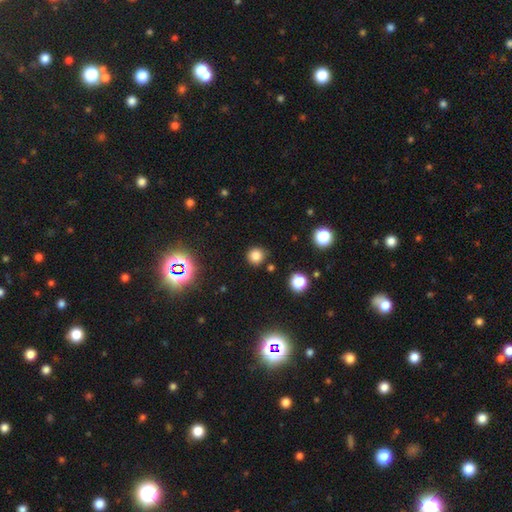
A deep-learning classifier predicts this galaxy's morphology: Smooth or featured? Predicted: smooth (p=0.79). How rounded? Predicted: round (p=0.93). Merging? Predicted: none (p=0.85).